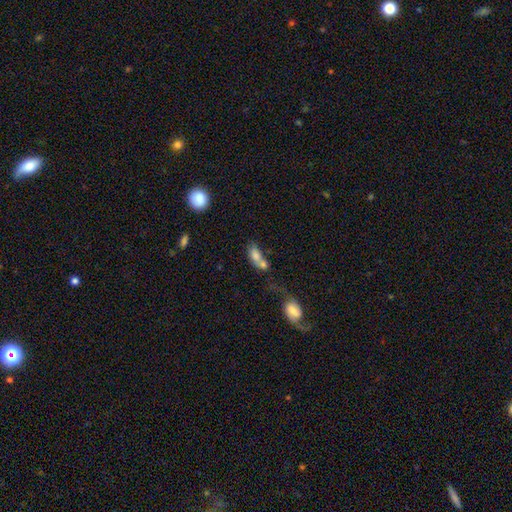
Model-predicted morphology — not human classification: Smooth or featured? Predicted: smooth (p=0.70). How rounded? Predicted: in between (p=0.80). Merging? Predicted: merger (p=0.60).